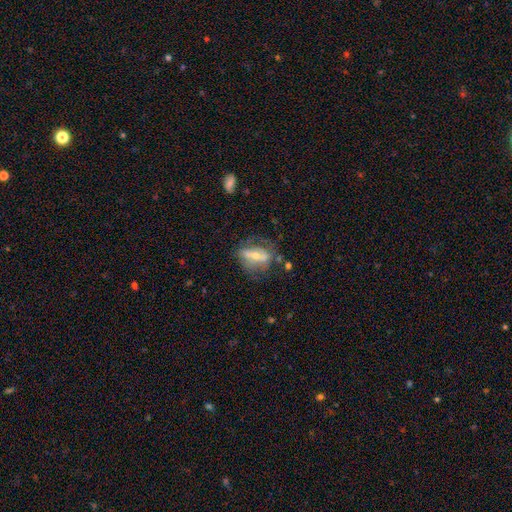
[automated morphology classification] Overall: featured or disk (57%; smooth 35%). Edge-on disk: no (81%). Merging: none (53%; minor disturbance 23%).